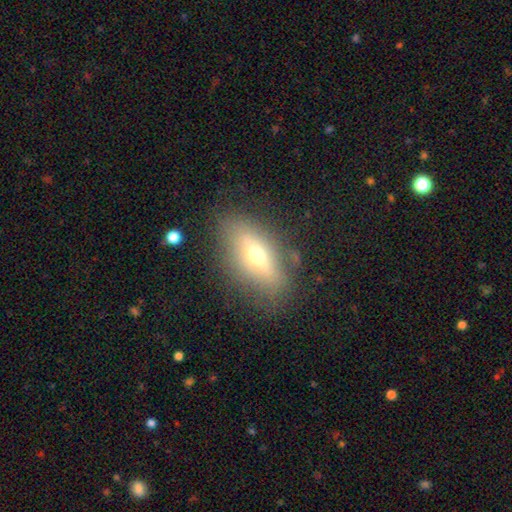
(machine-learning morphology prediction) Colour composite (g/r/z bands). It shows a featured or disk galaxy (47%). Merging: none (79%).